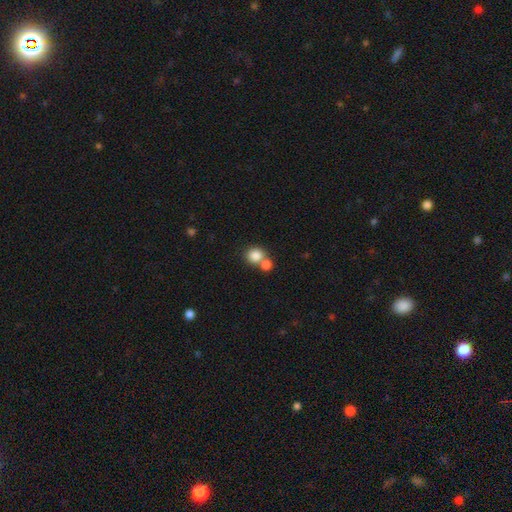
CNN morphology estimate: This appears to be a smooth galaxy with no disk features (83%) that is round (84%). Merging: none (49%).